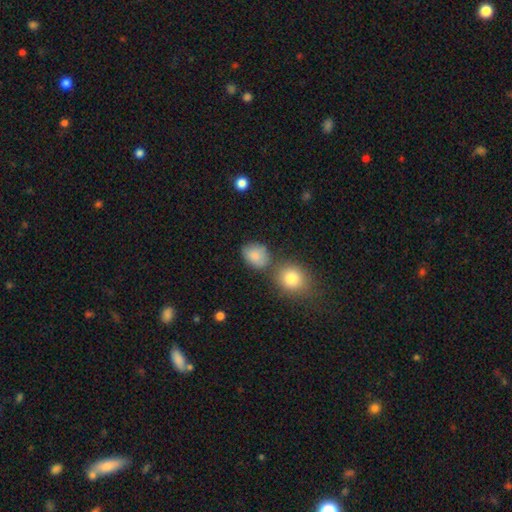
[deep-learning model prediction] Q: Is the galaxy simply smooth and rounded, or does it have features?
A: smooth — 85%.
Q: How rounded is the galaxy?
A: in between — 63%.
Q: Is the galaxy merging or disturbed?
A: none — 60%.